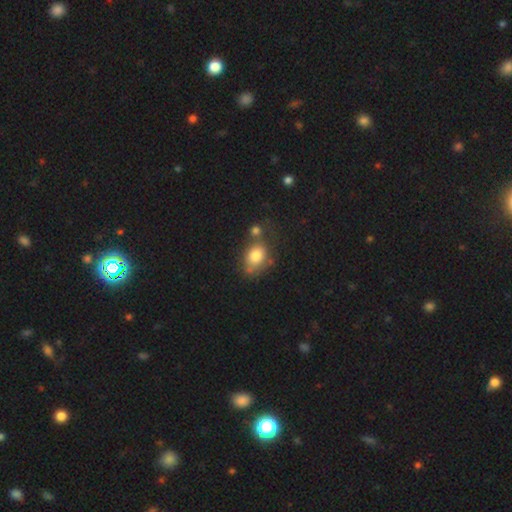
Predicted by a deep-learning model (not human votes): Smooth or featured: smooth — 79% (featured or disk — 12%)
How rounded: in between — 61% (round — 37%)
Merging: none — 46% (merger — 27%)